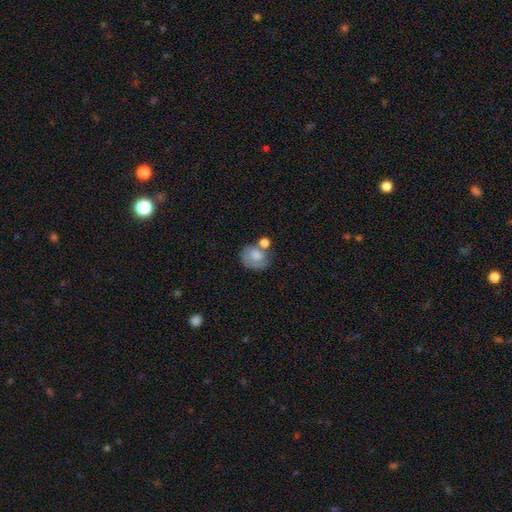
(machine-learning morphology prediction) smooth_or_featured: smooth (p=0.68) [alt: featured or disk p=0.23]
how_rounded: round (p=0.61) [alt: in between p=0.38]
merging: none (p=0.41) [alt: merger p=0.25]